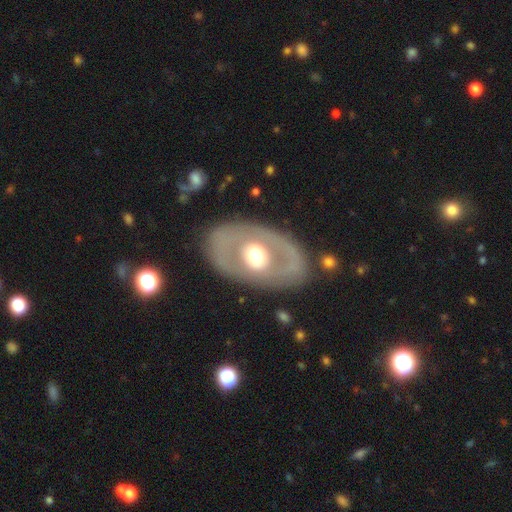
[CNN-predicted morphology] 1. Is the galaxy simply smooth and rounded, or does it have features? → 62% featured or disk, 32% smooth, 5% star or artifact.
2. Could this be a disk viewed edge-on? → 91% no, 9% yes.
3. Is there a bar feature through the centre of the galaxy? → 70% no, 20% weak, 10% strong.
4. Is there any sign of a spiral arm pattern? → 81% no, 19% yes.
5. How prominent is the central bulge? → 62% moderate, 26% large, 8% small, 3% dominant, 1% none.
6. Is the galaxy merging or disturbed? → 80% none, 11% minor disturbance, 7% major disturbance, 2% merger.